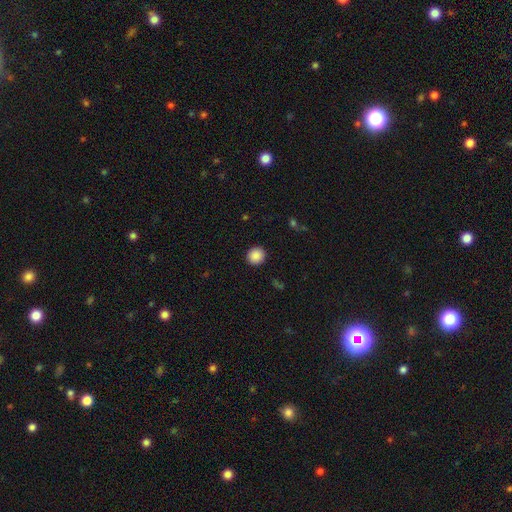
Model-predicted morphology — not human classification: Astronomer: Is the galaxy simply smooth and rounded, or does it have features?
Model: smooth — 89%.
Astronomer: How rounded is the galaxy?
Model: round — 93%.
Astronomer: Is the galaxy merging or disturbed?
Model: none — 92%.